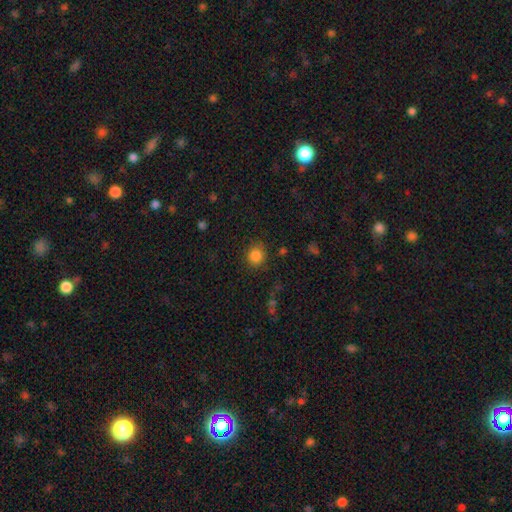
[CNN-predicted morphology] smooth 85%, star or artifact 11%, featured or disk 4%. Down the decision tree: how rounded — round (87%); merging — none (83%).